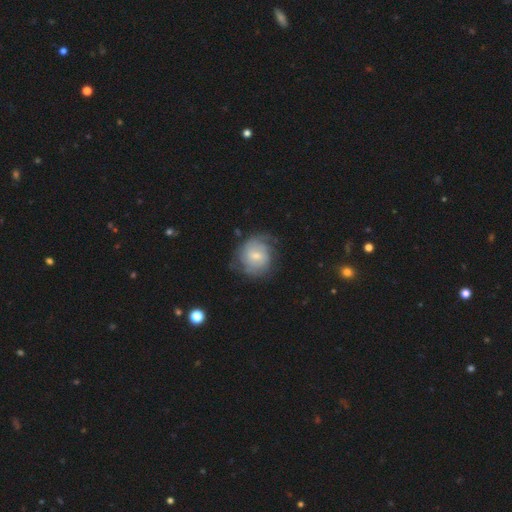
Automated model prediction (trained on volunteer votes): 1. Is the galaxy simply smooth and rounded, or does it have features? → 68% featured or disk, 26% smooth, 6% star or artifact.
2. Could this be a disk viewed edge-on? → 98% no, 2% yes.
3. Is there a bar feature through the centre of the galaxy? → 49% weak, 43% no, 7% strong.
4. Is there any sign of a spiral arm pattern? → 89% yes, 11% no.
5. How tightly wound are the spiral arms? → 56% tight, 31% medium, 13% loose.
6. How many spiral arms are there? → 40% can't tell, 35% 2, 10% 3, 7% 1, 4% 4, 4% more than 4.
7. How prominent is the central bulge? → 52% small, 40% moderate, 4% large, 3% none, 1% dominant.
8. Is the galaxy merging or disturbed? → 64% none, 22% minor disturbance, 13% major disturbance, 2% merger.